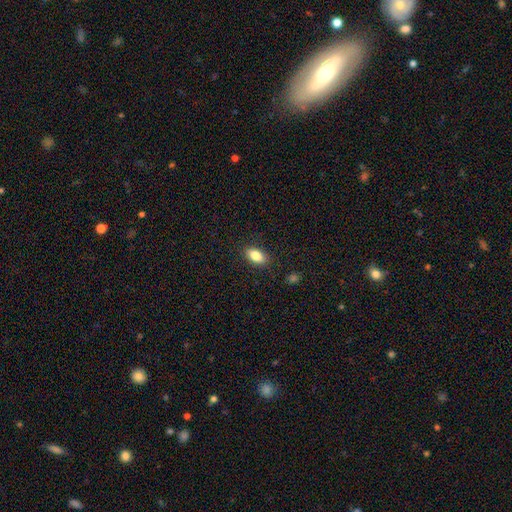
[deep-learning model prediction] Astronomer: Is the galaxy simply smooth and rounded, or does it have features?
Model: smooth — 84%.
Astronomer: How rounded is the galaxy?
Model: in between — 90%.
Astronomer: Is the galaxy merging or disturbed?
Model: none — 87%.